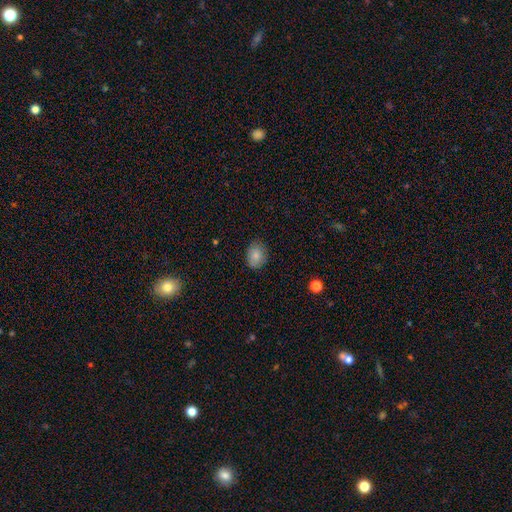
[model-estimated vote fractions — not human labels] smooth 83%, star or artifact 9%, featured or disk 8%. Down the decision tree: how rounded — in between (64%); merging — none (83%).